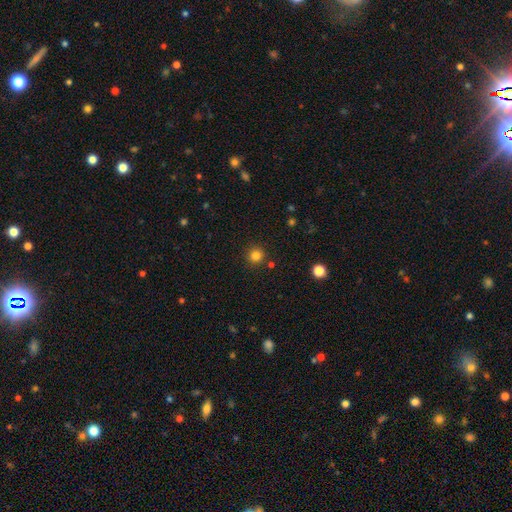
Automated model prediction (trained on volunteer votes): Smooth or featured? smooth (82%)
How rounded? round (94%)
Merging? none (88%)